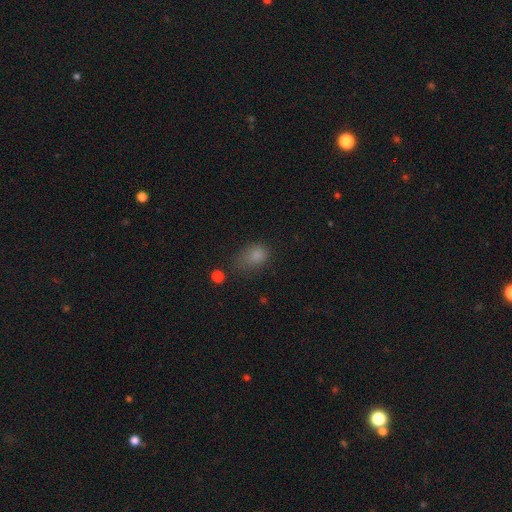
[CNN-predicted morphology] type=smooth (80%); roundness=in between (66%); merging=none (47%).